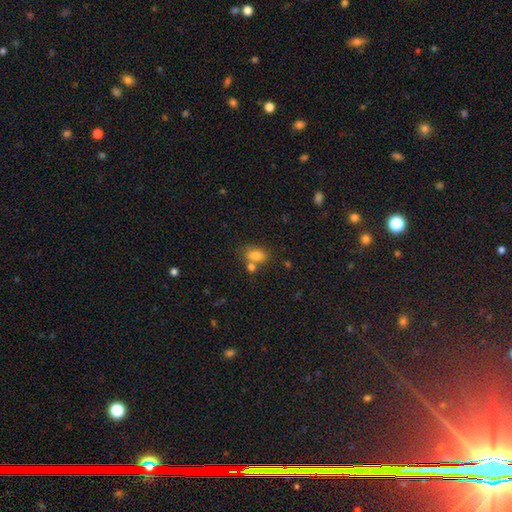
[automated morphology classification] Smooth or featured? smooth (82%)
How rounded? in between (84%)
Merging? none (53%)